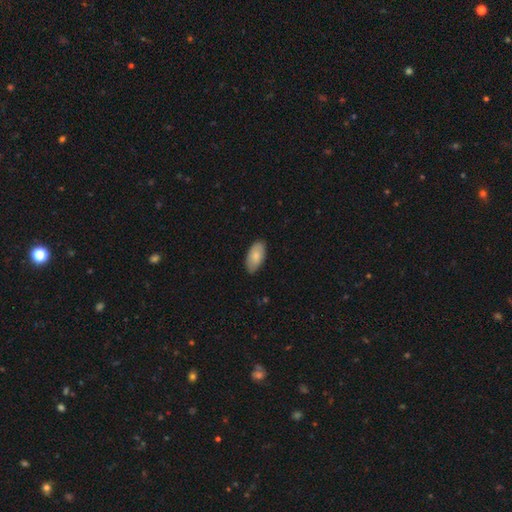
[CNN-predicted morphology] smooth 82%, featured or disk 12%, star or artifact 6%. Down the decision tree: how rounded — in between (95%); merging — none (84%).